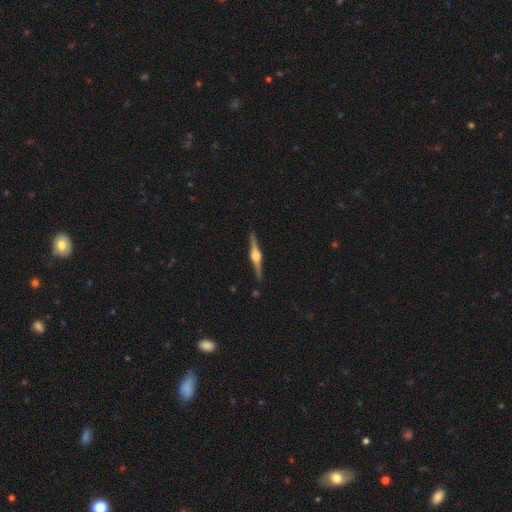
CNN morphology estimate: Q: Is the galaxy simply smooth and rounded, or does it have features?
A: featured or disk — 85%.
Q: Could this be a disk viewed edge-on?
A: yes — 99%.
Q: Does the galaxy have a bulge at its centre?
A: rounded — 92%.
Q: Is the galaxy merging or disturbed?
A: none — 91%.